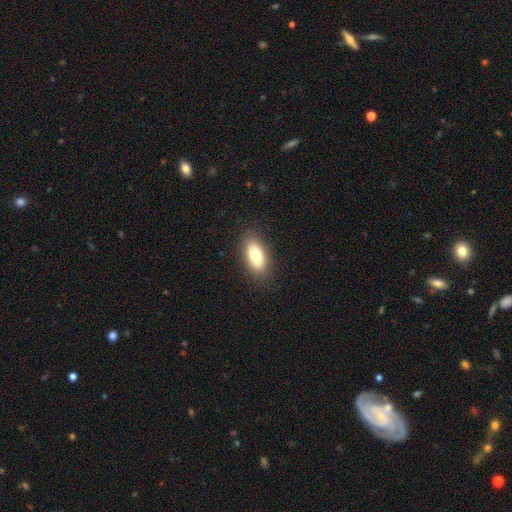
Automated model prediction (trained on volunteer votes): Overall: smooth (79%). How rounded: in between (87%). Merging: none (87%).